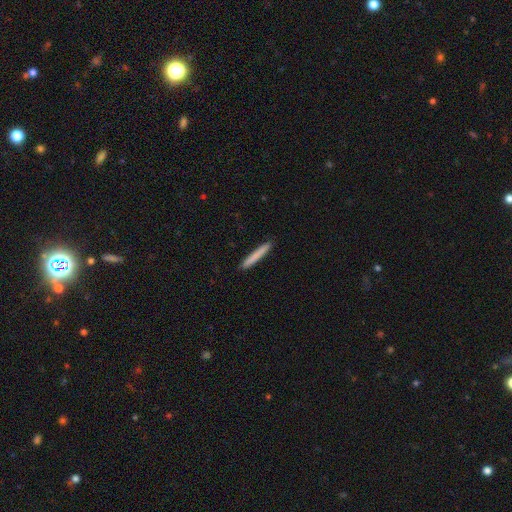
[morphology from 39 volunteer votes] Overall: smooth (77%). How rounded: cigar-shaped (100%). Merging: none (92%).